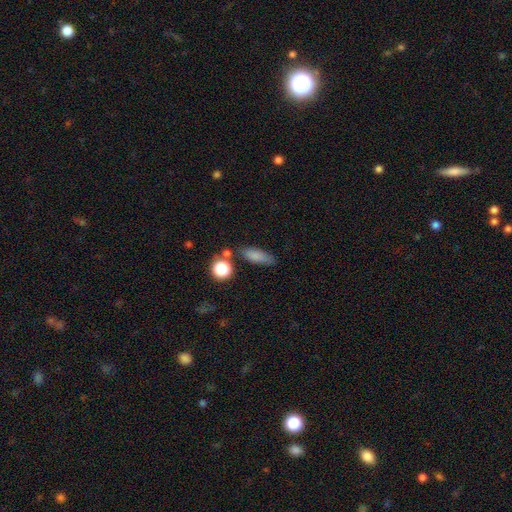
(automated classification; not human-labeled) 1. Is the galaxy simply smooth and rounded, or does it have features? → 81% smooth, 11% star or artifact, 8% featured or disk.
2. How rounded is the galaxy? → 59% in between, 33% cigar-shaped, 8% round.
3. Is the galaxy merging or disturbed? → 71% none, 15% minor disturbance, 9% merger, 5% major disturbance.